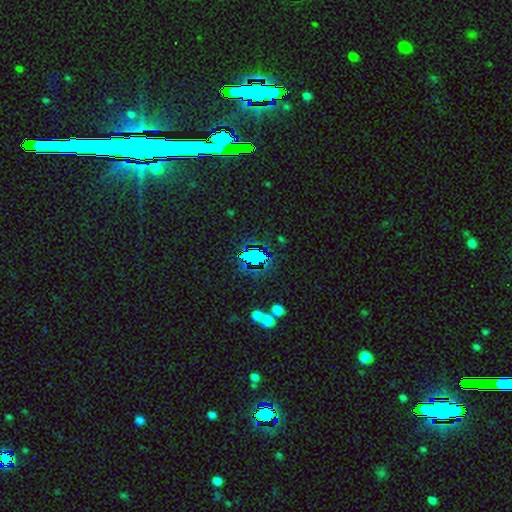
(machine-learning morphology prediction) Smooth or featured? Predicted: star or artifact (p=0.61).